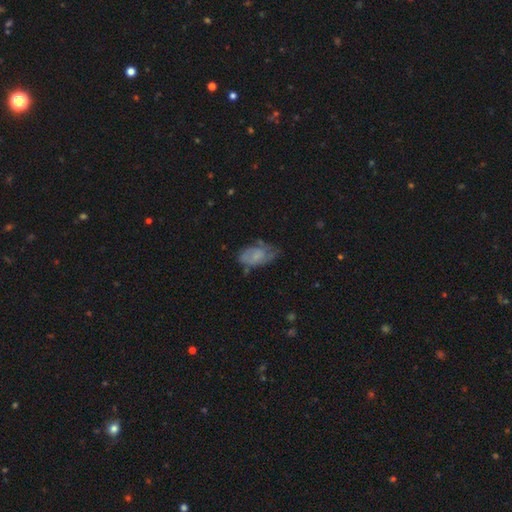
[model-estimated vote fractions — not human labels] This appears to be a smooth galaxy with no disk features (51%) that is in between round and cigar-shaped (91%). Merging: none (44%).